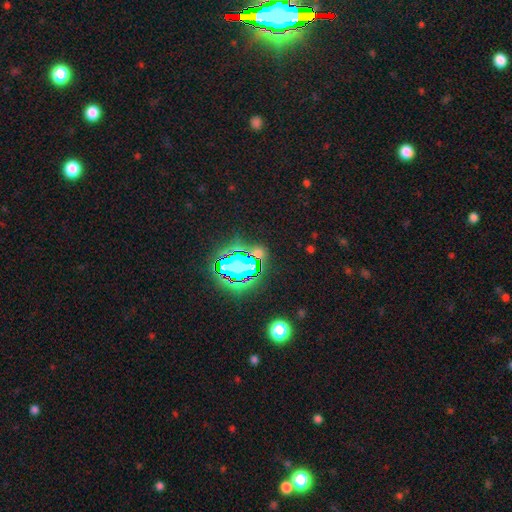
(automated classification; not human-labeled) Morphology: type=star or artifact (69%).